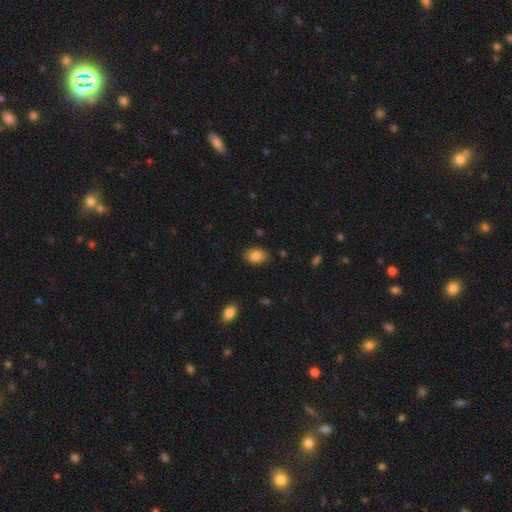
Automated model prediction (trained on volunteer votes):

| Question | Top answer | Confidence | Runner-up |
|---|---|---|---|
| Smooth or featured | smooth | 85% | star or artifact (8%) |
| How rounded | in between | 85% | round (14%) |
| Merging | none | 83% | minor disturbance (13%) |